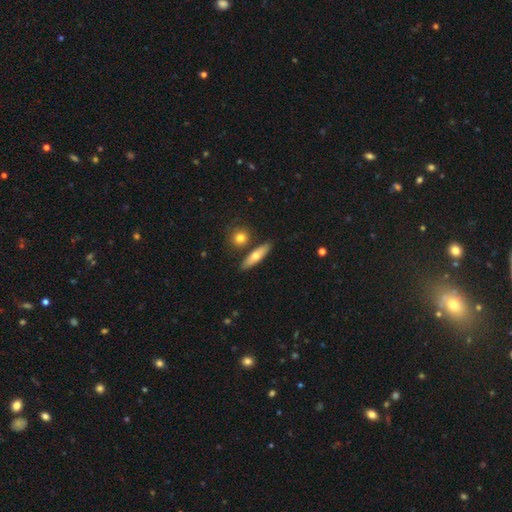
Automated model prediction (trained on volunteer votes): Smooth or featured?
  - smooth: 59% *
  - featured or disk: 35%
  - star or artifact: 6%
How rounded?
  - cigar-shaped: 64% *
  - in between: 32%
  - round: 4%
Merging?
  - none: 80% *
  - minor disturbance: 9%
  - merger: 9%
  - major disturbance: 2%